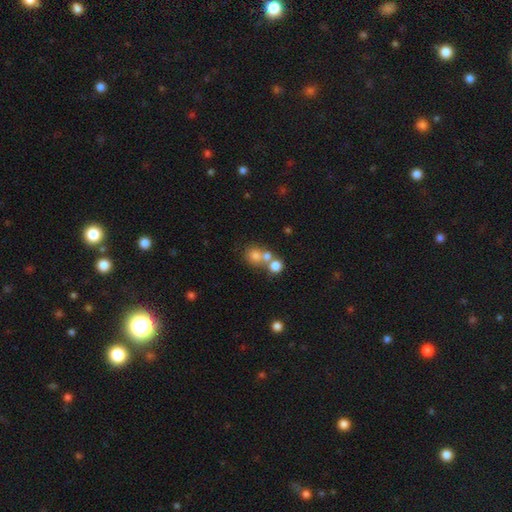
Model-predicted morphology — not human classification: Smooth or featured? smooth (70%)
How rounded? round (82%)
Merging? none (46%)